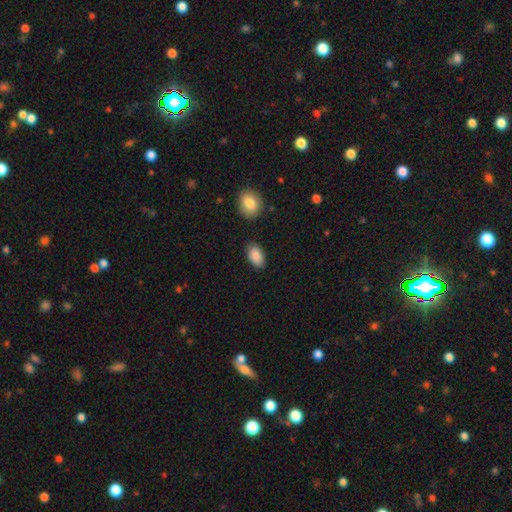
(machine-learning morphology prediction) A smooth galaxy with no disk features (88%) that is in between round and cigar-shaped (93%). Merging: none (85%).